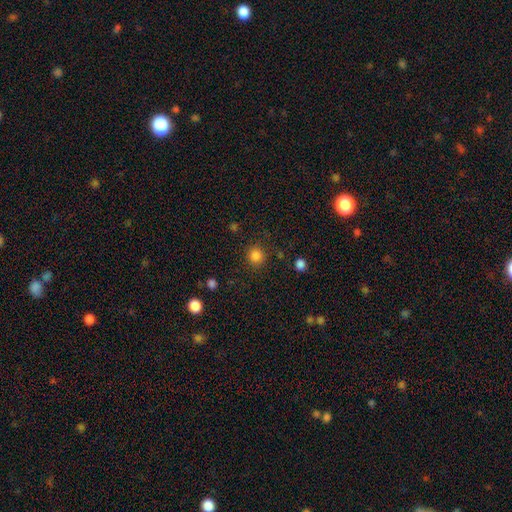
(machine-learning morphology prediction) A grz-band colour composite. It shows a smooth galaxy with no disk features (84%) that is round (91%). Merging: none (87%).